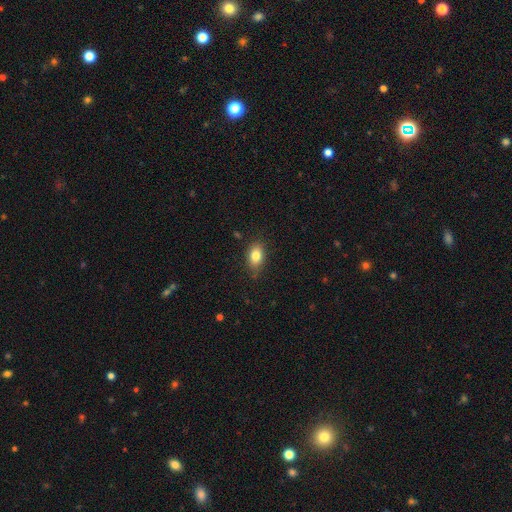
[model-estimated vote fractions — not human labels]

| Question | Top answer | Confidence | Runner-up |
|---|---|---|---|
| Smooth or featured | smooth | 83% | featured or disk (9%) |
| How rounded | in between | 83% | round (15%) |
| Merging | none | 81% | minor disturbance (15%) |